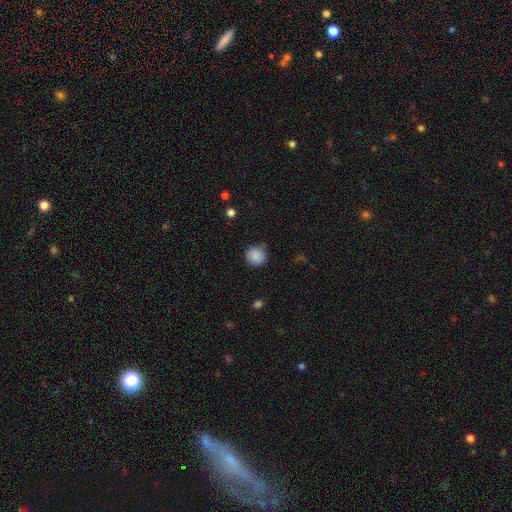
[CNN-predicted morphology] Q: Smooth or featured?
A: smooth (87%); runner-up: star or artifact (9%)
Q: How rounded?
A: round (91%); runner-up: in between (8%)
Q: Merging?
A: none (77%); runner-up: minor disturbance (17%)